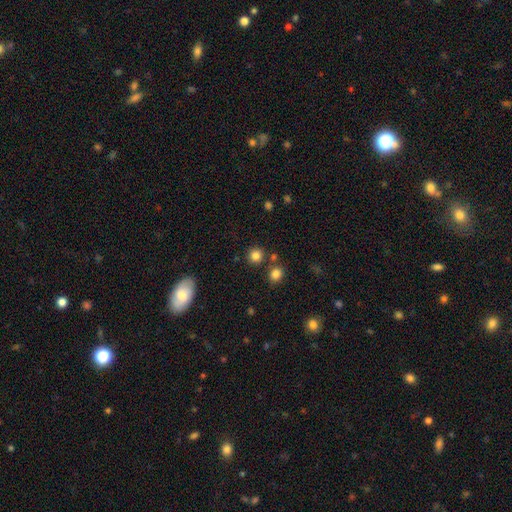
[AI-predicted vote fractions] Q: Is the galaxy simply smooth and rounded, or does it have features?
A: smooth — 83%.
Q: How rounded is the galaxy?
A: round — 90%.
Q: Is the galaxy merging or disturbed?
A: none — 80%.